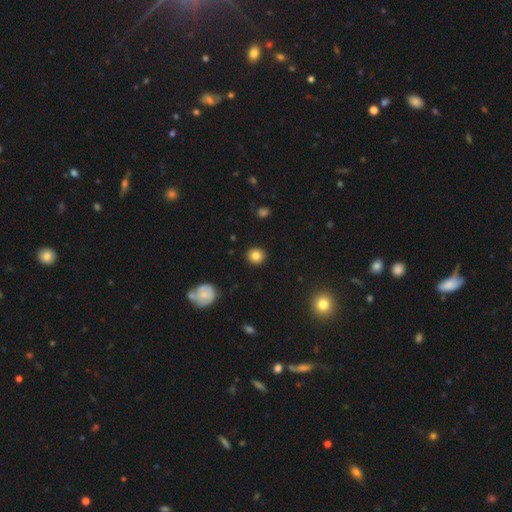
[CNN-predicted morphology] Overall: smooth (82%). How rounded: round (91%). Merging: none (90%).